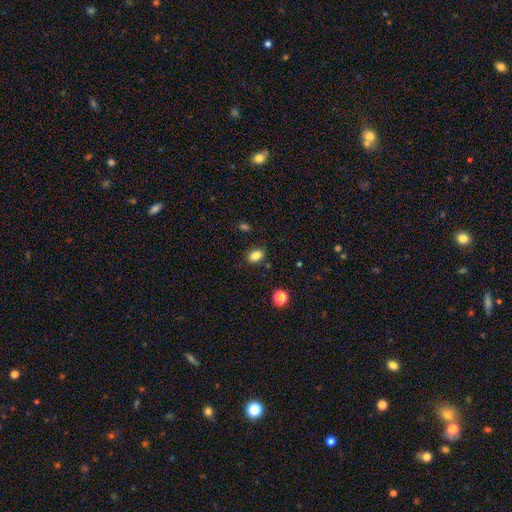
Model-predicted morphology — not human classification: This appears to be a smooth galaxy with no disk features (84%) that is in between round and cigar-shaped (81%). Merging: none (83%).